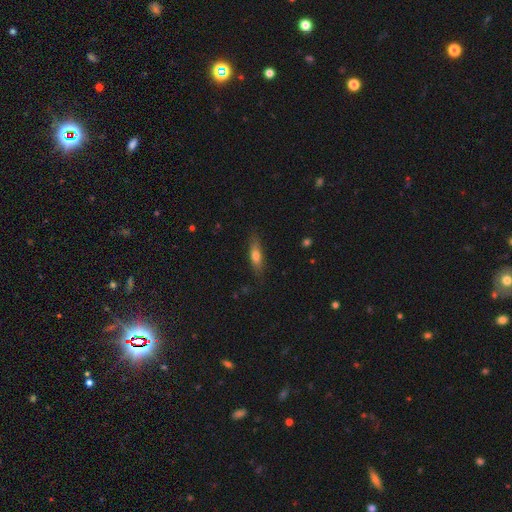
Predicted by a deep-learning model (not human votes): Smooth or featured? Predicted: smooth (p=0.65). How rounded? Predicted: cigar-shaped (p=0.60). Merging? Predicted: none (p=0.80).